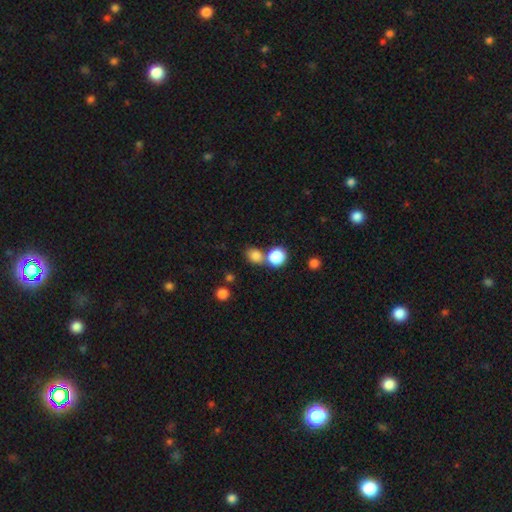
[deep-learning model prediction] Overall: smooth (82%). How rounded: round (64%; in between 34%). Merging: none (50%; merger 38%).